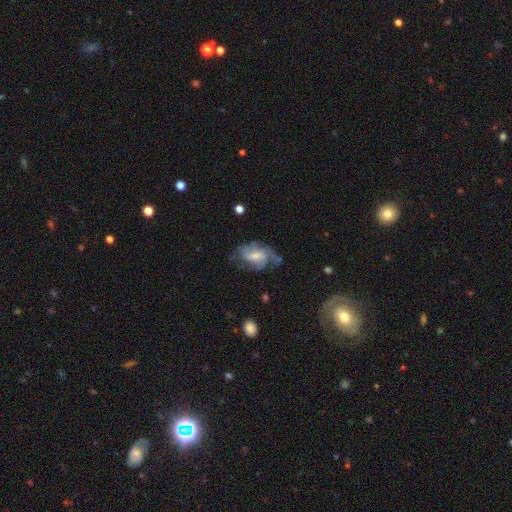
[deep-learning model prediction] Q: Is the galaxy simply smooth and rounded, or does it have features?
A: featured or disk — 65%.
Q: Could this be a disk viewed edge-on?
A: no — 96%.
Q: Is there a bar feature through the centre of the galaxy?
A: weak — 45%.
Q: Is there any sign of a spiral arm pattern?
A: yes — 81%.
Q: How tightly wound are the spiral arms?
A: medium — 44%.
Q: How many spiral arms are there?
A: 2 — 33%.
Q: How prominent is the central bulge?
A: small — 41%.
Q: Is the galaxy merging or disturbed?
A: none — 42%.